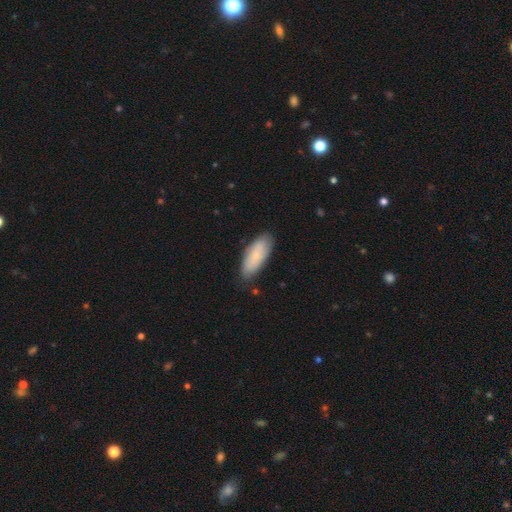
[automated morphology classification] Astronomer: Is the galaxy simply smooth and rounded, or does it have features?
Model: smooth — 71%.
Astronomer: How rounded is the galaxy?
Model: in between — 79%.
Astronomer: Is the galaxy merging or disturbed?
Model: none — 79%.